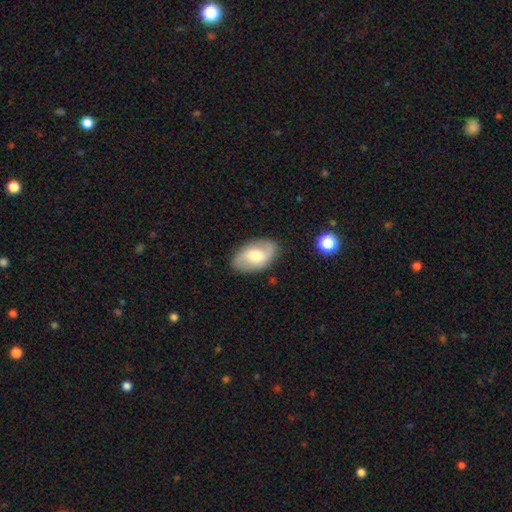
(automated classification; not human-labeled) The model was most divided on "bar": no: 47%, weak: 42%, strong: 11%. More confident: edge-on disk — no (94%); merging — none (83%); spiral arms — yes (82%); bulge size — moderate (66%); smooth or featured — featured or disk (57%).